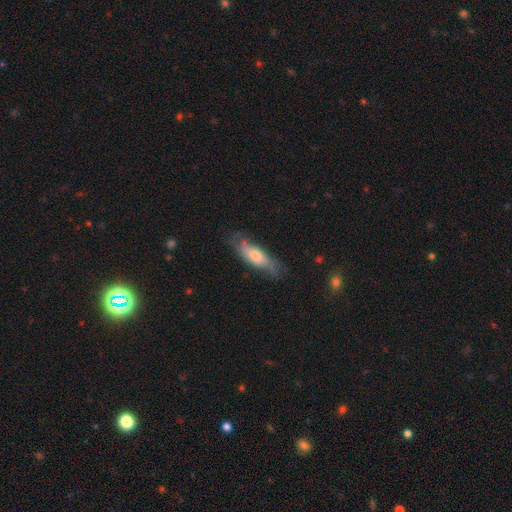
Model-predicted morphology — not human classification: smooth_or_featured: smooth (p=0.53) [alt: featured or disk p=0.41]
how_rounded: in between (p=0.57) [alt: cigar-shaped p=0.41]
merging: none (p=0.60) [alt: minor disturbance p=0.28]